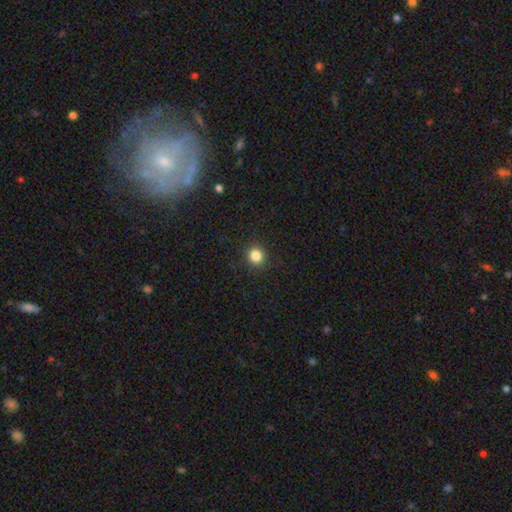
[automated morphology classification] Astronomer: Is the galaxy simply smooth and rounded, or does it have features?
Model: smooth — 84%.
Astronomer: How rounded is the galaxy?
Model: round — 91%.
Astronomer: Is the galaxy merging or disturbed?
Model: none — 92%.